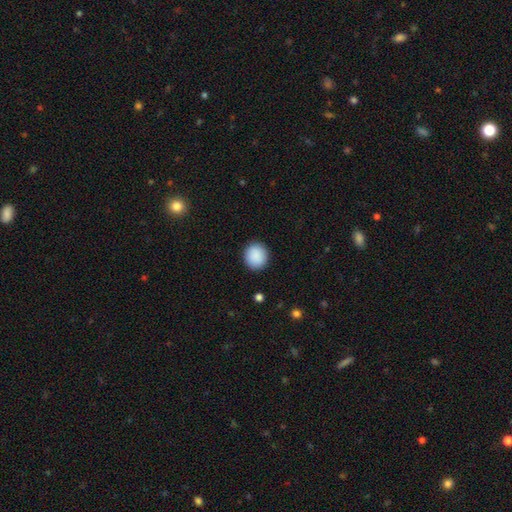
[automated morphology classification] Smooth or featured? smooth (90%)
How rounded? round (84%)
Merging? none (91%)